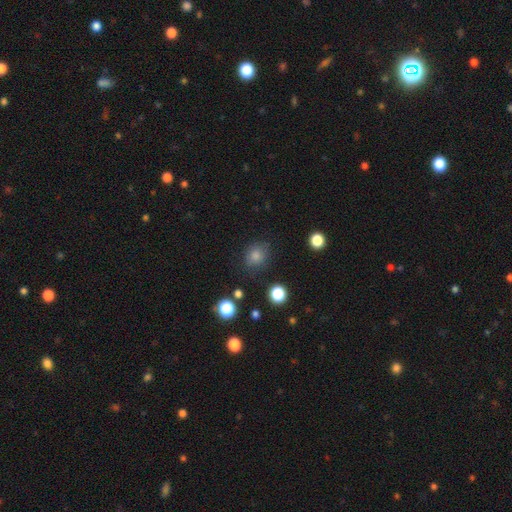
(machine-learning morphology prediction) Smooth or featured?
  - smooth: 78% *
  - star or artifact: 16%
  - featured or disk: 6%
How rounded?
  - round: 75% *
  - in between: 24%
  - cigar-shaped: 1%
Merging?
  - none: 83% *
  - minor disturbance: 11%
  - major disturbance: 3%
  - merger: 2%